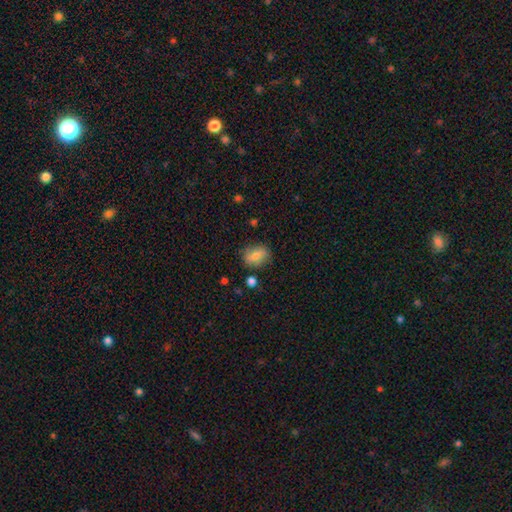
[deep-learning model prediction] smooth 76%, featured or disk 15%, star or artifact 9%. Down the decision tree: how rounded — in between (67%); merging — none (78%).